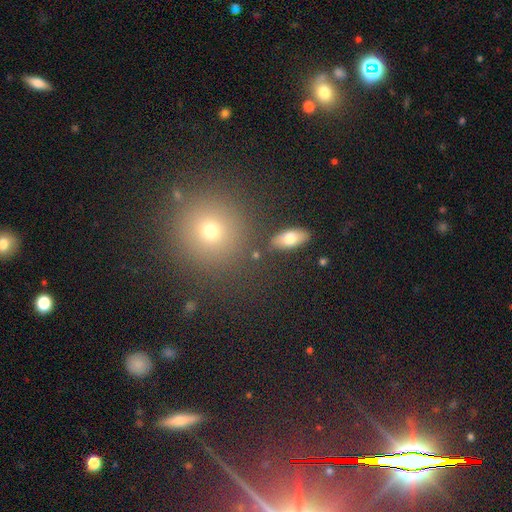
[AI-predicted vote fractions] Smooth or featured? Predicted: smooth (p=0.66). How rounded? Predicted: in between (p=0.54). Merging? Predicted: none (p=0.83).